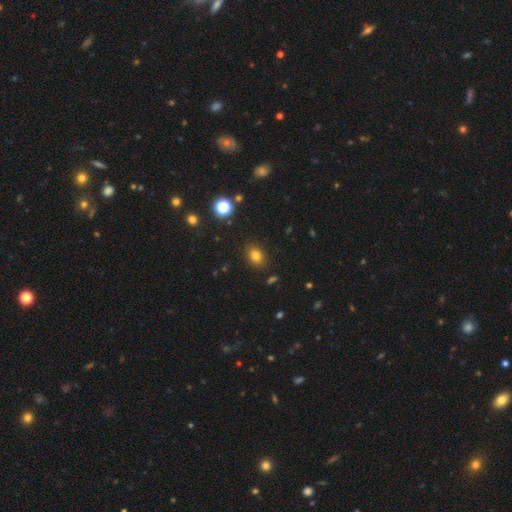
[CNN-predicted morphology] This appears to be a smooth galaxy with no disk features (78%) that is in between round and cigar-shaped (60%). Merging: none (87%).